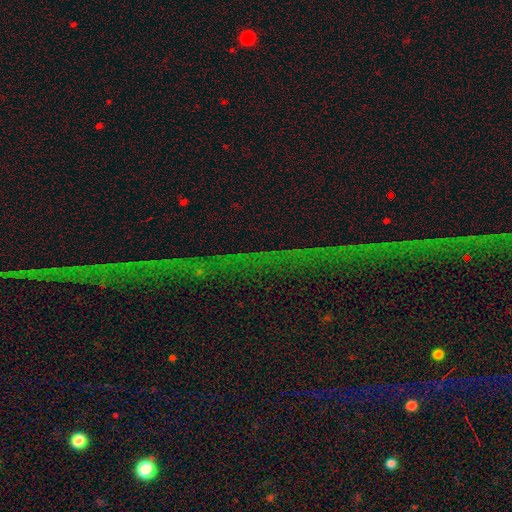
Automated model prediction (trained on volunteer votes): Smooth or featured? star or artifact (85%)